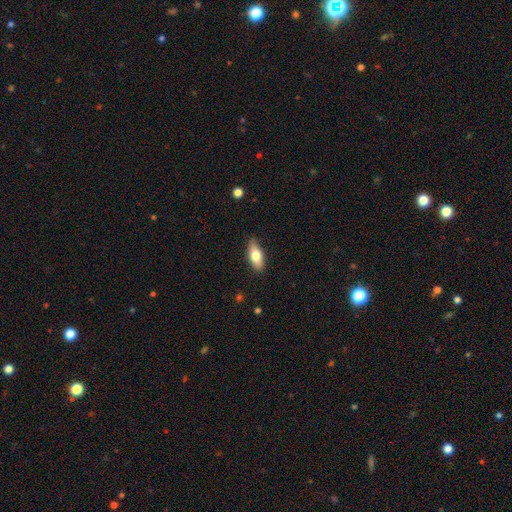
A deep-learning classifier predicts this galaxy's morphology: Smooth or featured? smooth (70%)
How rounded? in between (77%)
Merging? none (84%)